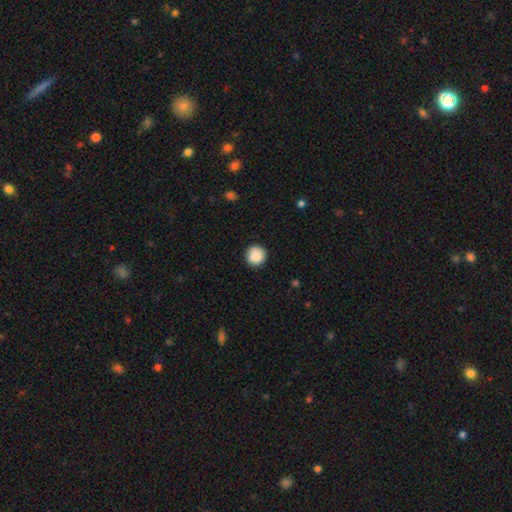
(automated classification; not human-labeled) This is clearly a smooth galaxy (89%). How rounded: clearly round (94%). Merging: clearly none (89%).